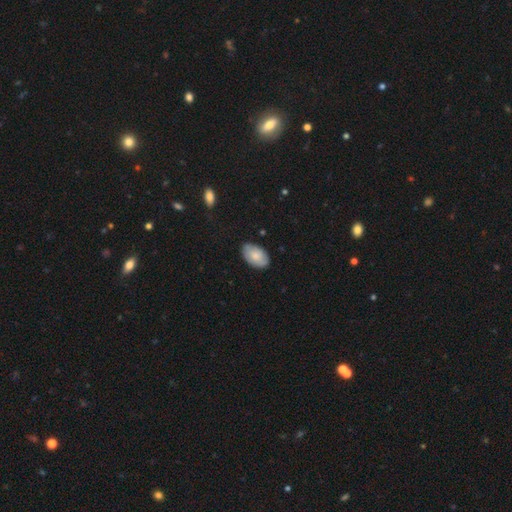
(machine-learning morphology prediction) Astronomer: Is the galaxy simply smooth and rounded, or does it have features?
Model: smooth — 73%.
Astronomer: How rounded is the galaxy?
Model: in between — 93%.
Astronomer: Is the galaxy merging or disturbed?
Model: none — 80%.